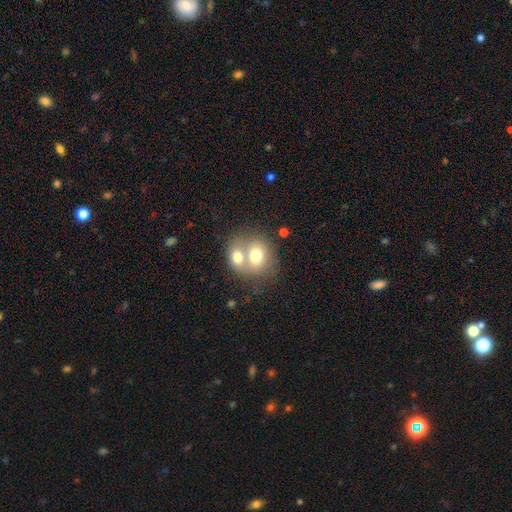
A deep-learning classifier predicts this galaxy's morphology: smooth-or-featured: smooth: 69% | featured or disk: 22% | star or artifact: 9%
  how-rounded: round: 55% | in between: 44% | cigar-shaped: 1%
  merging: merger: 66% | none: 24% | minor disturbance: 7% | major disturbance: 3%